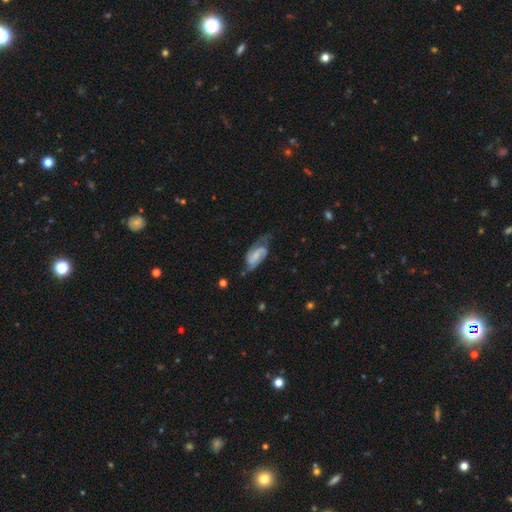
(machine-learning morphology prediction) smooth-or-featured: featured or disk: 78% | smooth: 16% | star or artifact: 6%
  disk-edge-on: no: 96% | yes: 4%
    bar: weak: 45% | strong: 30% | no: 25%
    has-spiral-arms: yes: 94% | no: 6%
      spiral-winding: medium: 47% | loose: 28% | tight: 25%
      spiral-arm-count: 2: 87% | can't tell: 6% | 1: 3% | 3: 2% | 4: 1% | more than 4: 1%
    bulge-size: small: 47% | none: 28% | moderate: 21% | large: 3% | dominant: 1%
  merging: none: 54% | minor disturbance: 27% | major disturbance: 16% | merger: 3%